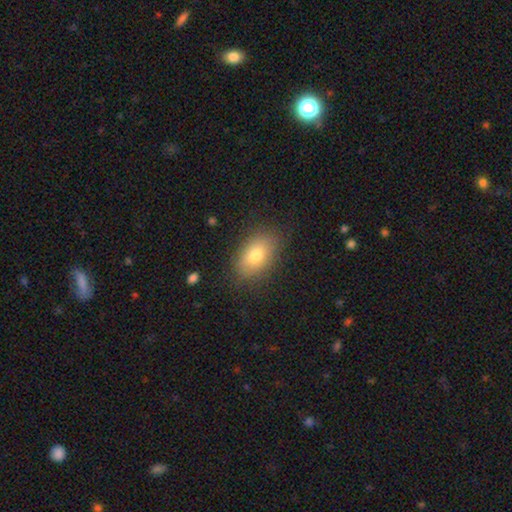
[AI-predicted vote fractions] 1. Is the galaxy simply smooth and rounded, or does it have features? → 76% smooth, 15% featured or disk, 9% star or artifact.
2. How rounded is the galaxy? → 87% in between, 11% round, 2% cigar-shaped.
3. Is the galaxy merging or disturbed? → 84% none, 12% minor disturbance, 3% major disturbance, 1% merger.